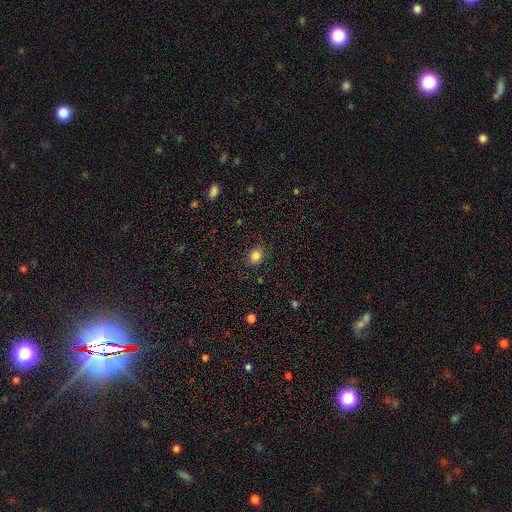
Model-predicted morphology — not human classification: Q: Smooth or featured?
A: smooth (83%); runner-up: star or artifact (11%)
Q: How rounded?
A: round (70%); runner-up: in between (29%)
Q: Merging?
A: none (85%); runner-up: minor disturbance (11%)